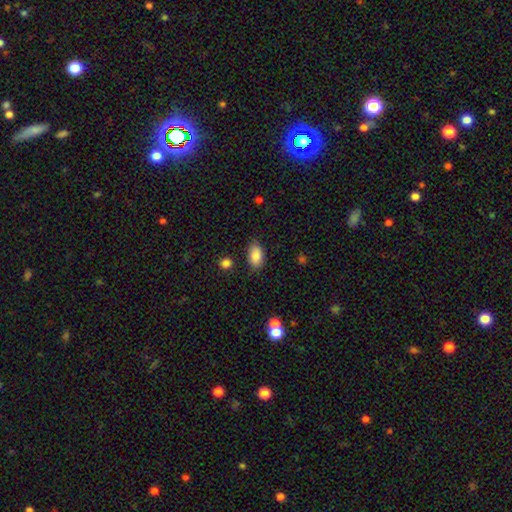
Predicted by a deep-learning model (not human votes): Smooth or featured? smooth (86%)
How rounded? in between (91%)
Merging? none (80%)